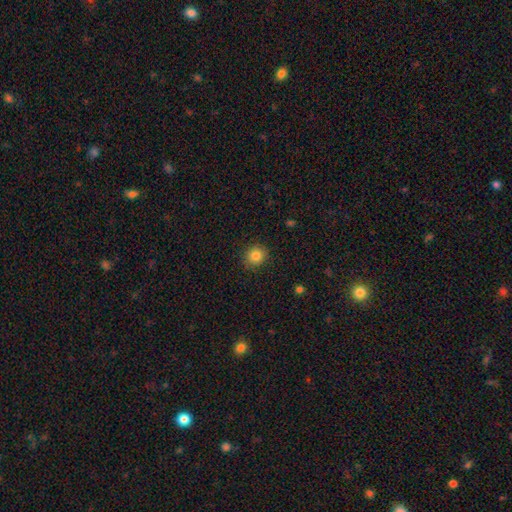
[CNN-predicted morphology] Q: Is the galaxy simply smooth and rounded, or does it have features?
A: smooth — 84%.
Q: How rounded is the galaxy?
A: round — 87%.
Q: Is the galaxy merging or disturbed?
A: none — 88%.